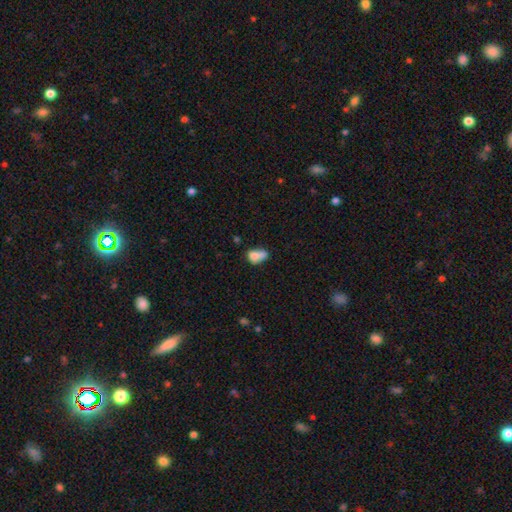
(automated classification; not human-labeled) Smooth or featured? Predicted: smooth (p=0.71). How rounded? Predicted: in between (p=0.73). Merging? Predicted: merger (p=0.46).